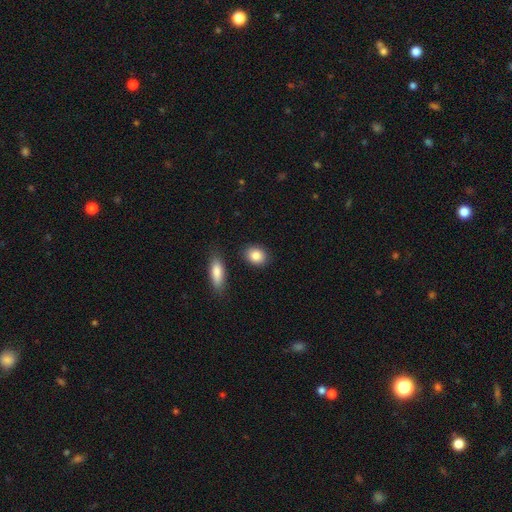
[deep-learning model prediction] A smooth galaxy with no disk features (86%) that is in between round and cigar-shaped (55%).

Vote fractions:
- Smooth or featured? smooth: 86% / star or artifact: 7% / featured or disk: 7%
- How rounded? in between: 55% / round: 42% / cigar-shaped: 2%
- Merging? none: 85% / minor disturbance: 8% / merger: 4% / major disturbance: 2%